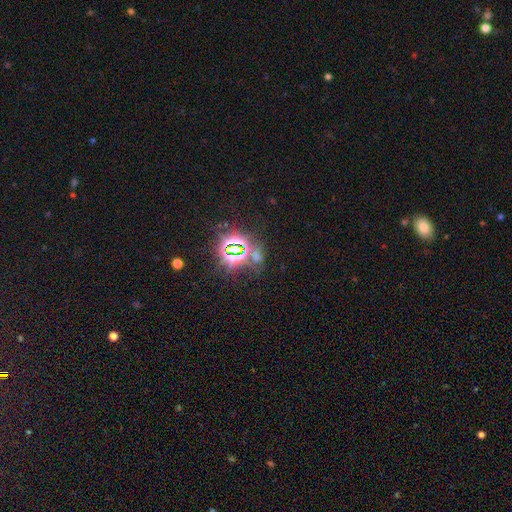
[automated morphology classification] A star or artifact, not a galaxy (74%).

Vote fractions:
- Smooth or featured? star or artifact: 74% / smooth: 18% / featured or disk: 8%